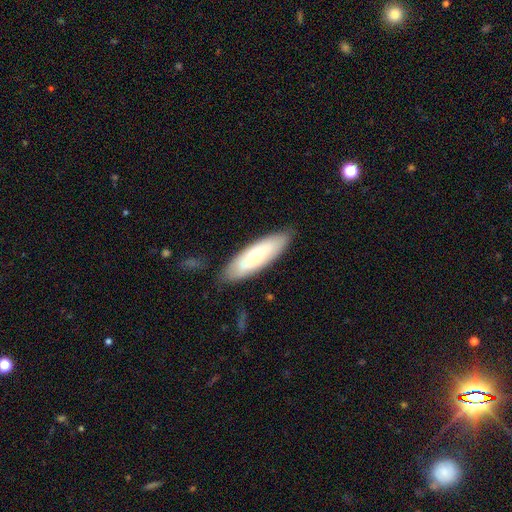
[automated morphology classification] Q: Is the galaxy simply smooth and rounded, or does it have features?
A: smooth — 56%.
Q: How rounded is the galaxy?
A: in between — 55%.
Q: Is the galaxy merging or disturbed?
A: none — 81%.